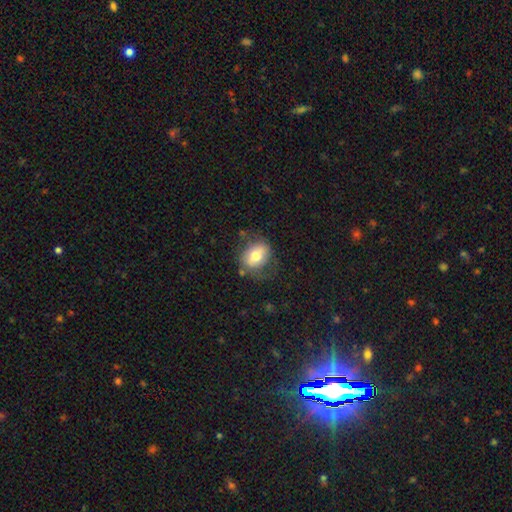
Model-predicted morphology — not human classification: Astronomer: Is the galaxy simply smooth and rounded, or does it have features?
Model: smooth — 68%.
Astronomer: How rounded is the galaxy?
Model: in between — 61% (runner-up: round, 38%).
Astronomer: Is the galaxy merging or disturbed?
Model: none — 63%.